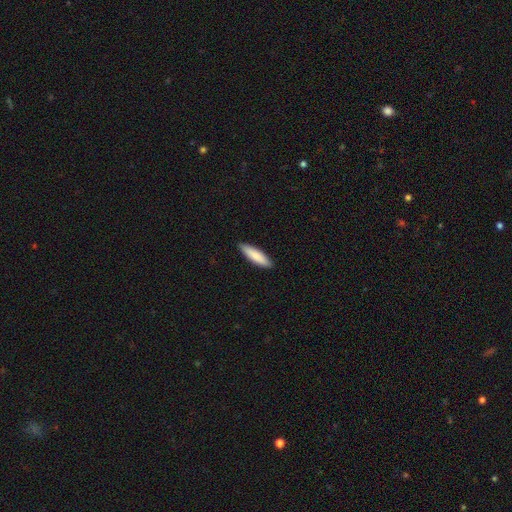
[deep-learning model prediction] Smooth or featured? Predicted: smooth (p=0.84). How rounded? Predicted: cigar-shaped (p=0.66). Merging? Predicted: none (p=0.90).